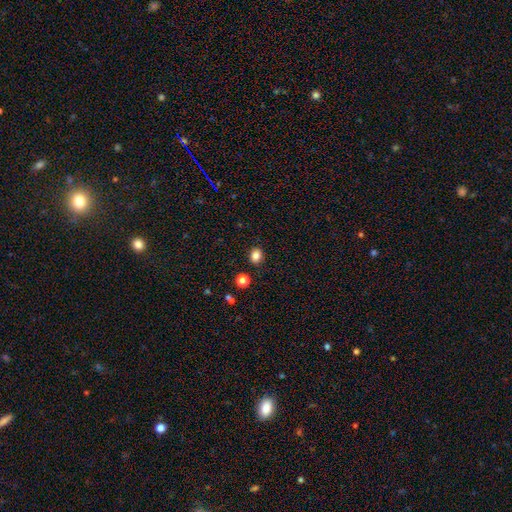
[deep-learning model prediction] This is clearly a smooth galaxy (85%). How rounded: possibly round (56%). Merging: clearly none (88%).